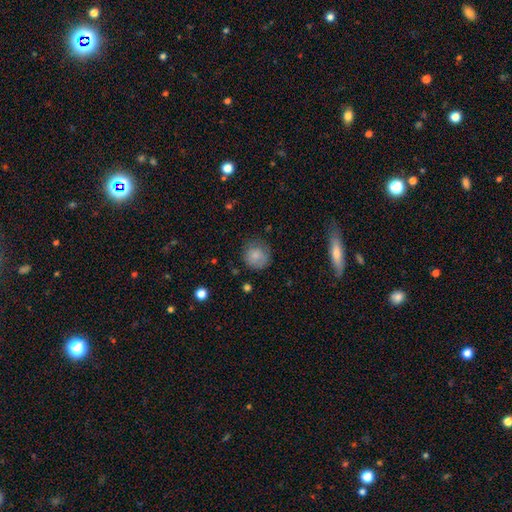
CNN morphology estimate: Q: Smooth or featured?
A: smooth (83%); runner-up: featured or disk (9%)
Q: How rounded?
A: round (90%); runner-up: in between (9%)
Q: Merging?
A: none (74%); runner-up: minor disturbance (19%)